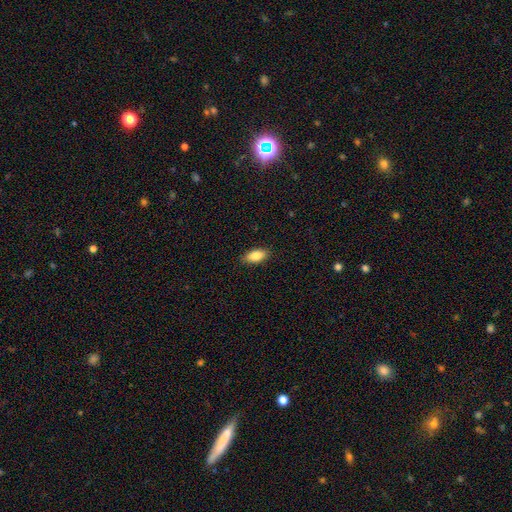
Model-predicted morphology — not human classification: Smooth or featured?
  - smooth: 86% *
  - featured or disk: 7%
  - star or artifact: 7%
How rounded?
  - in between: 89% *
  - cigar-shaped: 8%
  - round: 3%
Merging?
  - none: 88% *
  - minor disturbance: 9%
  - major disturbance: 2%
  - merger: 1%